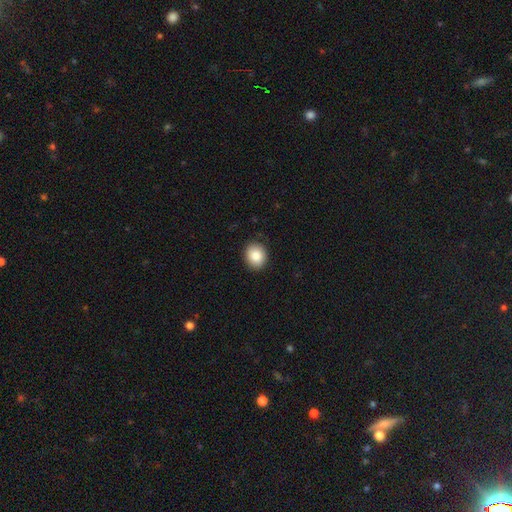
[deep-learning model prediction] Morphology: type=smooth (85%); roundness=round (69%); merging=none (89%).